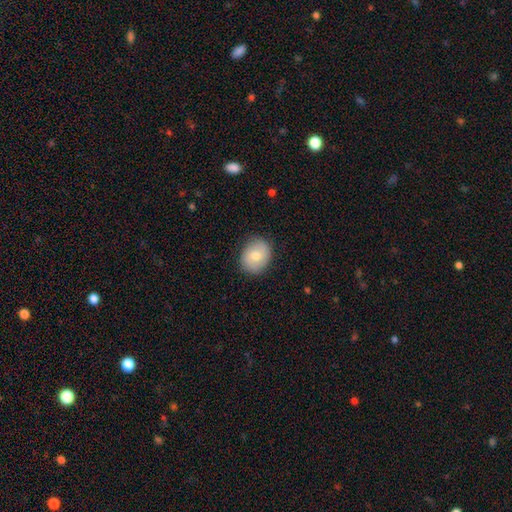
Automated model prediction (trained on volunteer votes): Smooth or featured: smooth — 70% (featured or disk — 23%)
How rounded: round — 58% (in between — 41%)
Merging: none — 85% (minor disturbance — 12%)